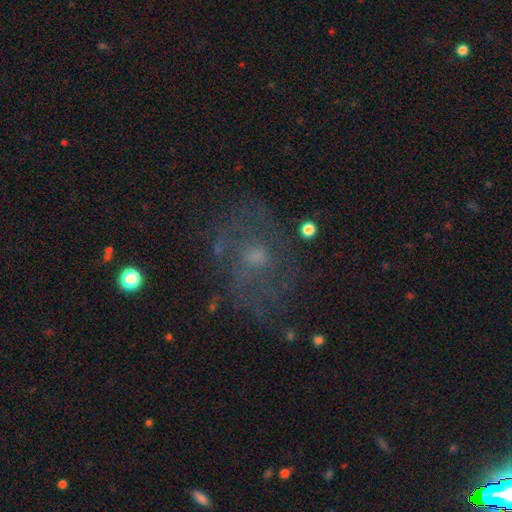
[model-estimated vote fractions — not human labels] This is possibly a featured or disk galaxy (59%). It is clearly not viewed edge-on (97%). Bar: likely no (75%). Spiral arm pattern: possibly yes (55%). Central bulge: marginally small (43%). Merging: likely none (61%).